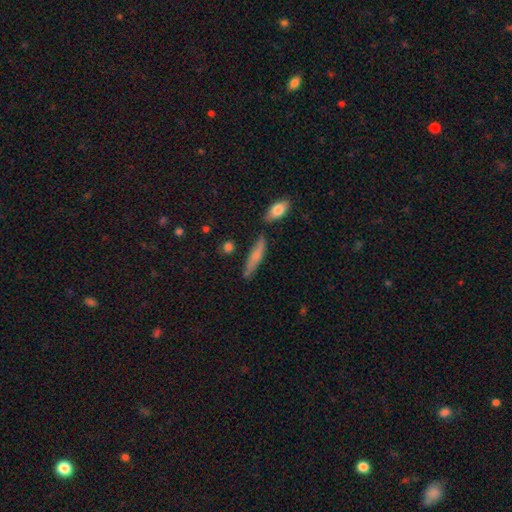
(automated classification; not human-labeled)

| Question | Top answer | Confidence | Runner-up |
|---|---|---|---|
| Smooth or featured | smooth | 68% | featured or disk (26%) |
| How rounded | cigar-shaped | 80% | in between (18%) |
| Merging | none | 73% | minor disturbance (17%) |